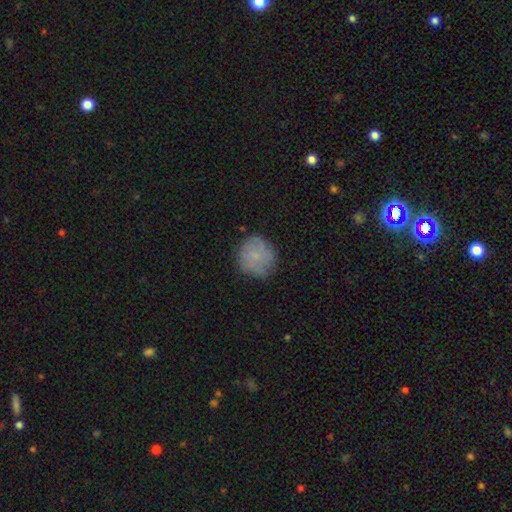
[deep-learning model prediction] This appears to be a smooth galaxy with no disk features (70%) that is round (87%). Merging: none (69%).